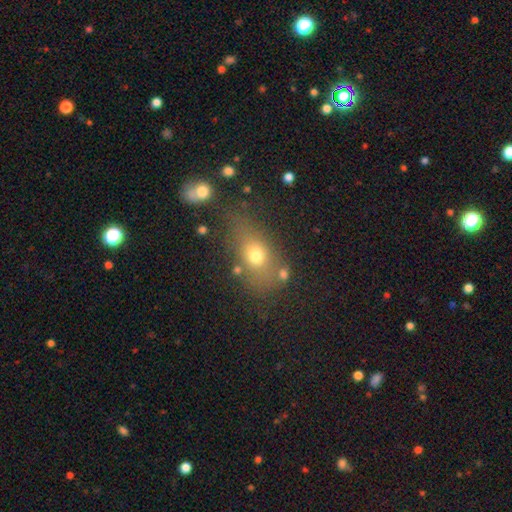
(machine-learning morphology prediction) smooth 66%, featured or disk 17%, star or artifact 16%. Down the decision tree: how rounded — in between (65%); merging — none (55%).